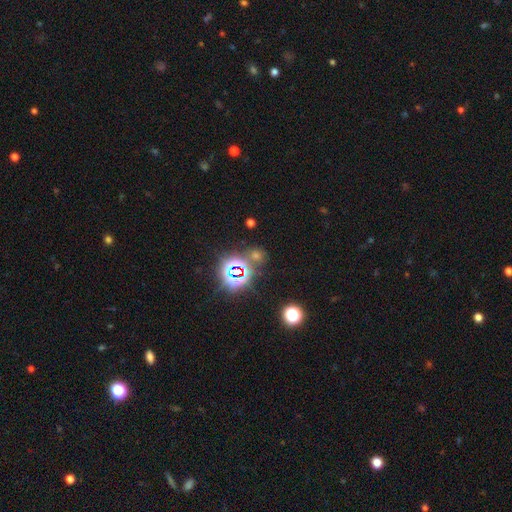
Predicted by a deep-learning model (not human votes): Q: Smooth or featured?
A: star or artifact (62%); runner-up: smooth (30%)